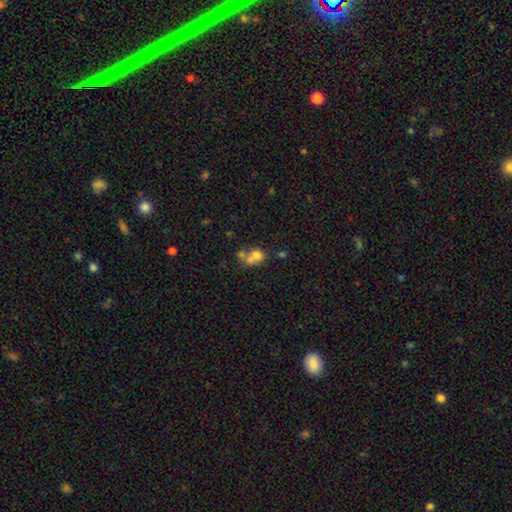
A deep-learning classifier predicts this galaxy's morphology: This is likely a smooth galaxy (67%). How rounded: likely round (65%). Merging: possibly merger (58%).